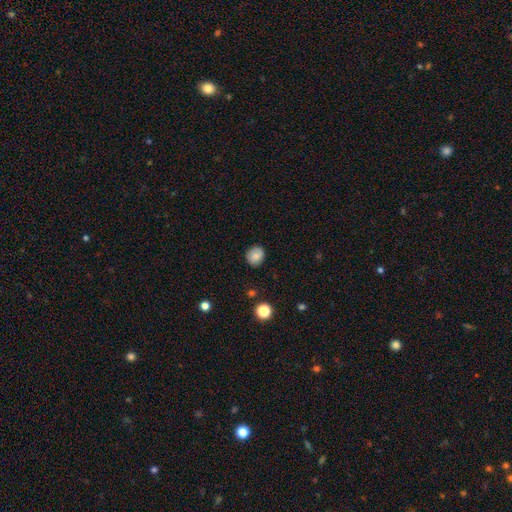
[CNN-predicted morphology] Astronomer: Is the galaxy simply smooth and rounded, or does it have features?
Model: smooth — 84%.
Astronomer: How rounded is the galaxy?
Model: round — 78%.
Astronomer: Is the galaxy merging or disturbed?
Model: none — 86%.